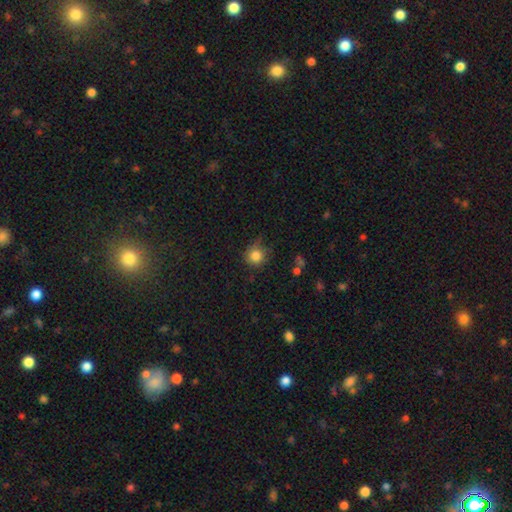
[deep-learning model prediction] smooth_or_featured: smooth (p=0.83) [alt: star or artifact p=0.11]
how_rounded: round (p=0.91) [alt: in between p=0.08]
merging: none (p=0.70) [alt: minor disturbance p=0.22]